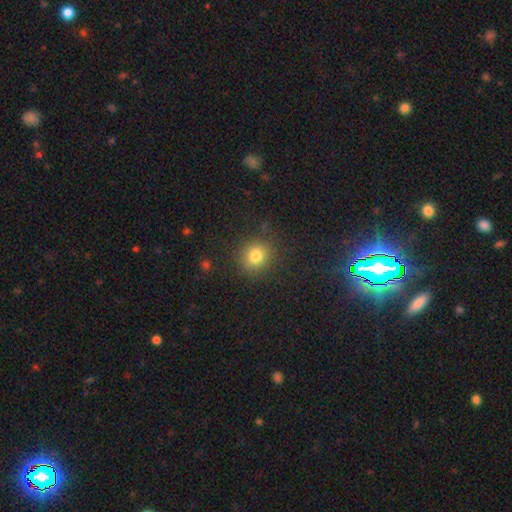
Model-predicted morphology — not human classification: Smooth or featured? Predicted: smooth (p=0.79). How rounded? Predicted: round (p=0.85). Merging? Predicted: none (p=0.87).